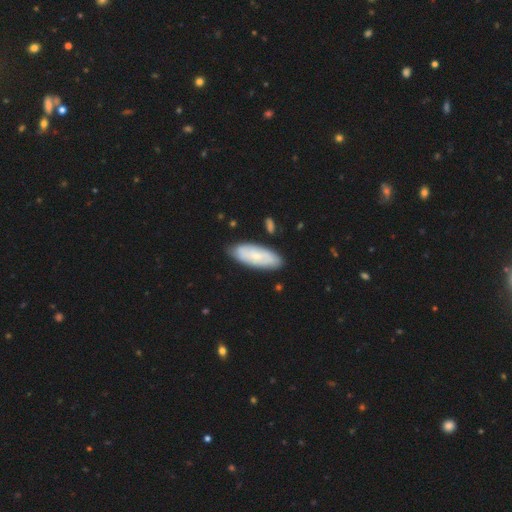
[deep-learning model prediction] Q: Smooth or featured?
A: smooth (53%); runner-up: featured or disk (41%)
Q: How rounded?
A: in between (75%); runner-up: cigar-shaped (23%)
Q: Merging?
A: none (82%); runner-up: minor disturbance (13%)